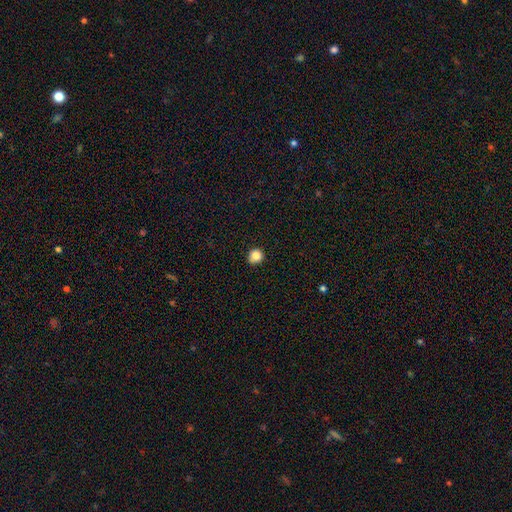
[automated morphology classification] This appears to be a smooth galaxy with no disk features (85%) that is round (90%). Merging: none (80%).